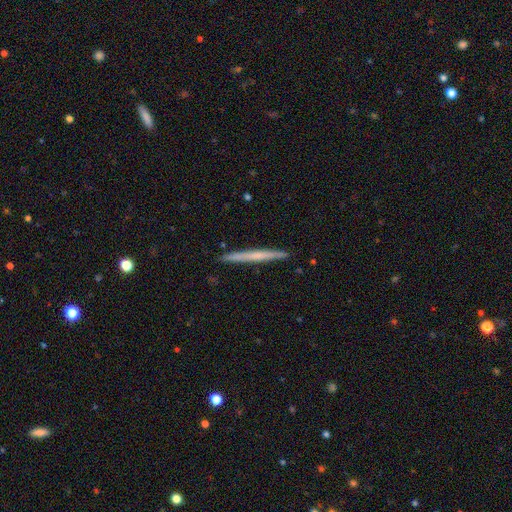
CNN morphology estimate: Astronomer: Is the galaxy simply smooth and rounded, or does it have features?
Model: smooth — 48% (runner-up: featured or disk, 47%).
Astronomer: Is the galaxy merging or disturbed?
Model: none — 92%.